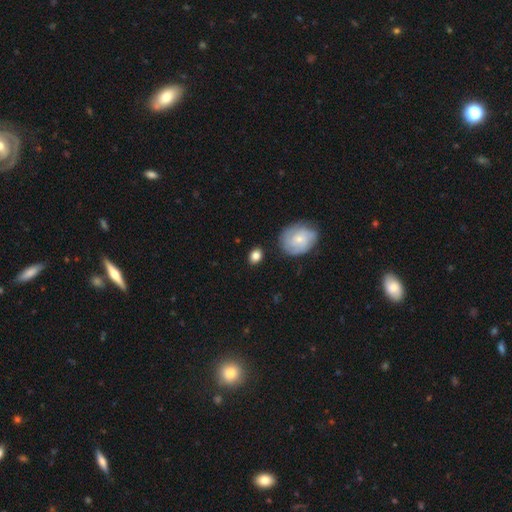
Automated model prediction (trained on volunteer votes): smooth 79%, featured or disk 14%, star or artifact 7%. Down the decision tree: how rounded — in between (59%); merging — none (82%).